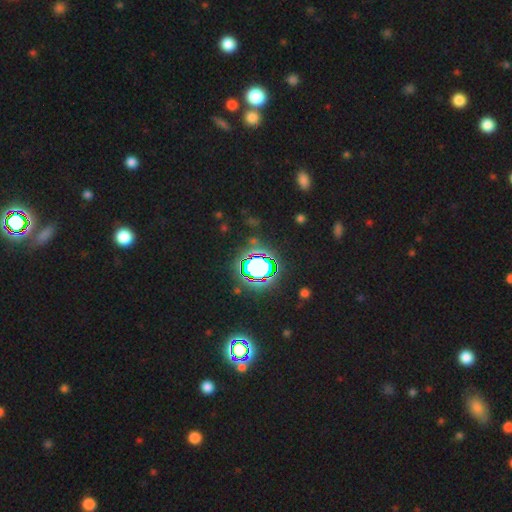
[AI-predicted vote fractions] smooth-or-featured: star or artifact: 80% | smooth: 13% | featured or disk: 7%